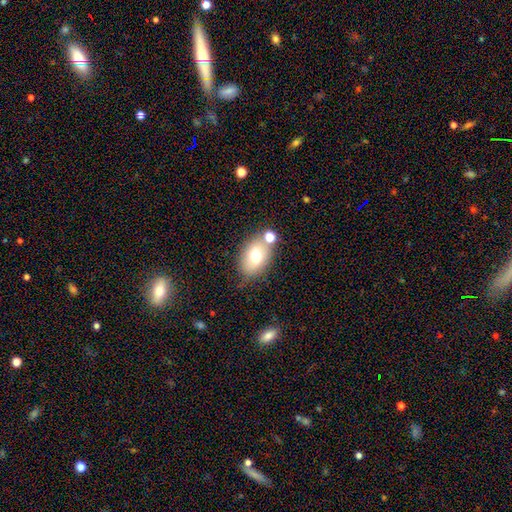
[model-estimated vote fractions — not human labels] Smooth or featured? smooth (70%)
How rounded? in between (83%)
Merging? none (63%)